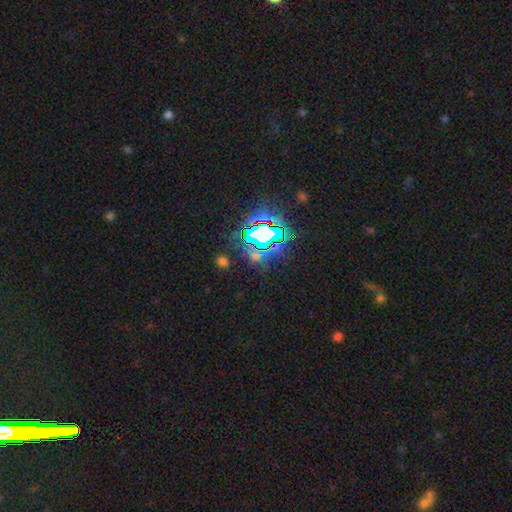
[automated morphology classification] This is likely a star or artifact rather than a galaxy (67%).